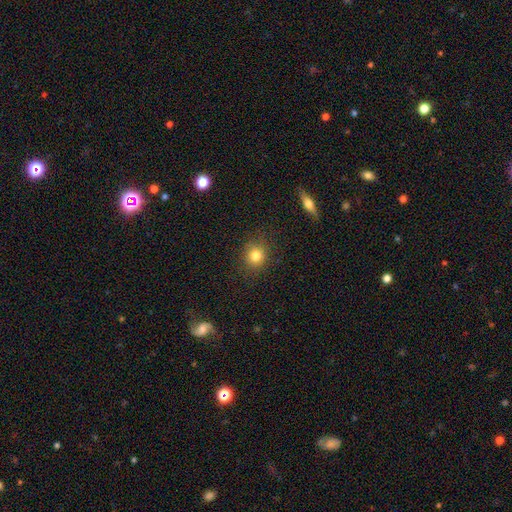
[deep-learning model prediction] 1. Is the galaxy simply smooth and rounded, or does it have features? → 81% smooth, 12% star or artifact, 7% featured or disk.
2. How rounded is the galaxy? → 86% round, 13% in between, 1% cigar-shaped.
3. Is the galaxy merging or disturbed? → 87% none, 9% minor disturbance, 3% major disturbance, 1% merger.